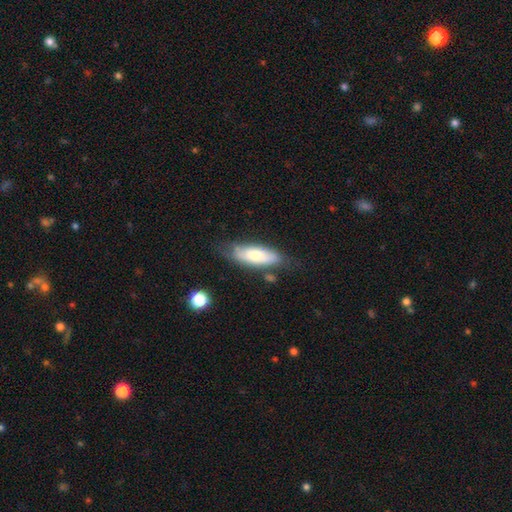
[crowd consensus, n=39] Smooth or featured? smooth (64%)
How rounded? in between (72%)
Merging? none (76%)